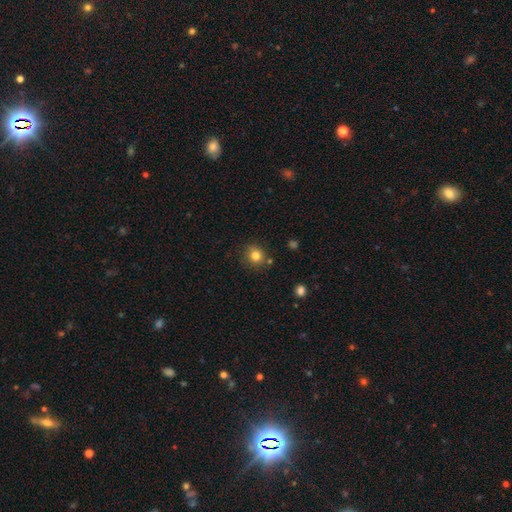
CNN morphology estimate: This appears to be a smooth galaxy with no disk features (80%) that is round (87%). Merging: none (83%).